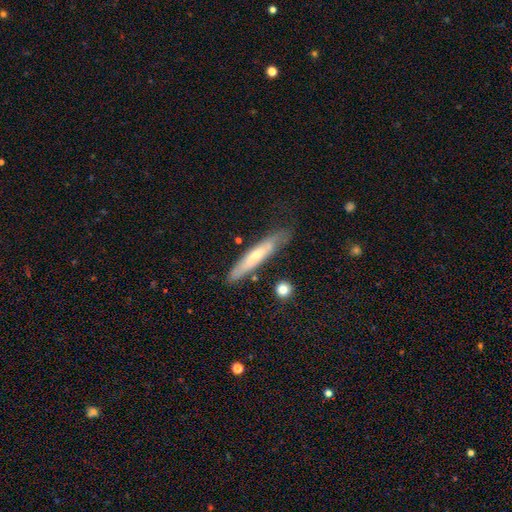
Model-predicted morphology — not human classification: This appears to be a featured or disk galaxy (49%). Merging: none (73%).